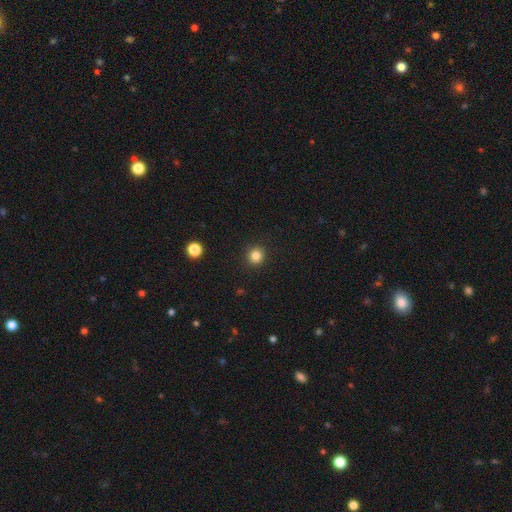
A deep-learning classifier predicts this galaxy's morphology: Smooth or featured: smooth — 83% (star or artifact — 12%)
How rounded: round — 92% (in between — 7%)
Merging: none — 92% (minor disturbance — 5%)